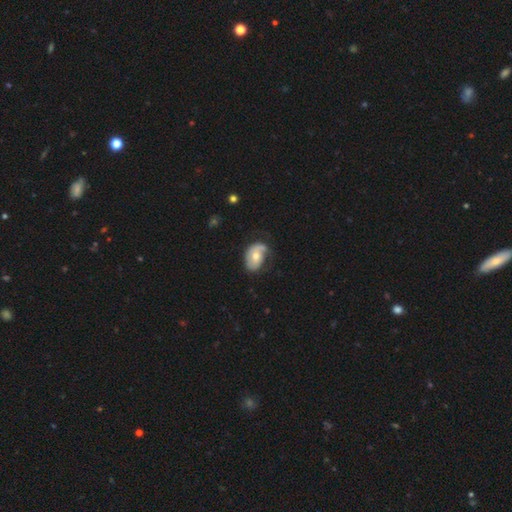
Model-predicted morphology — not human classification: Smooth or featured: featured or disk — 51% (smooth — 42%)
Edge-on disk: no — 95% (yes — 5%)
Merging: none — 48% (minor disturbance — 32%)